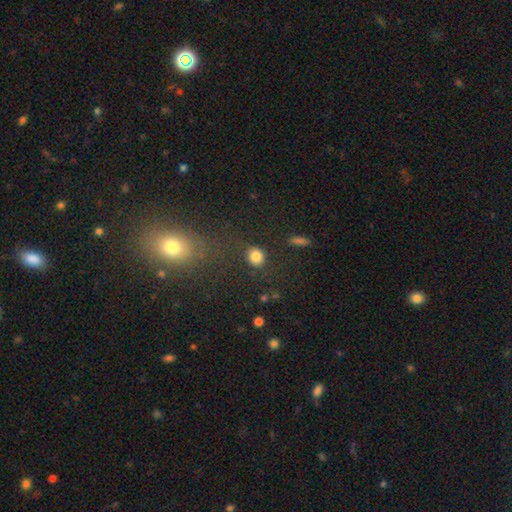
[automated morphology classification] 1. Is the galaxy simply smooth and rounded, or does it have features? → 83% smooth, 11% star or artifact, 6% featured or disk.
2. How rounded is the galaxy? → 73% round, 25% in between, 1% cigar-shaped.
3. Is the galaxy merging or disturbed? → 81% none, 12% minor disturbance, 5% major disturbance, 3% merger.